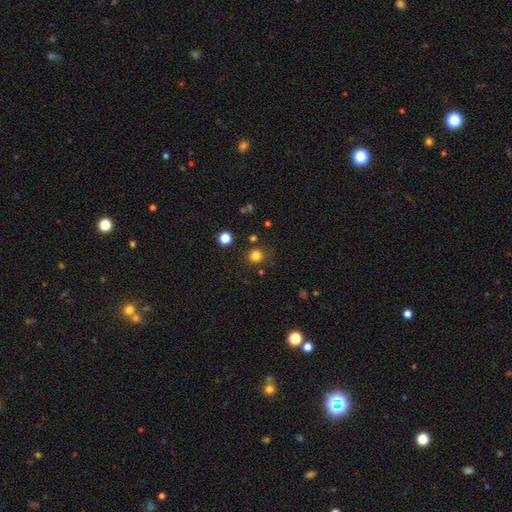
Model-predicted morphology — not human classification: Smooth or featured?
  - smooth: 80% *
  - star or artifact: 15%
  - featured or disk: 5%
How rounded?
  - round: 89% *
  - in between: 10%
  - cigar-shaped: 1%
Merging?
  - none: 83% *
  - minor disturbance: 9%
  - merger: 4%
  - major disturbance: 3%